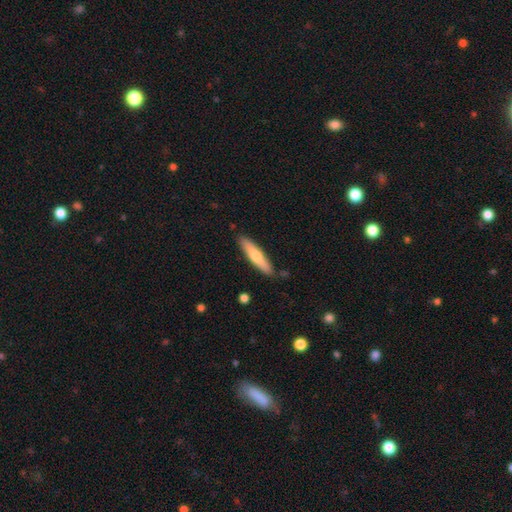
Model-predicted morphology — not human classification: Smooth or featured? Predicted: smooth (p=0.60). How rounded? Predicted: cigar-shaped (p=0.84). Merging? Predicted: none (p=0.87).